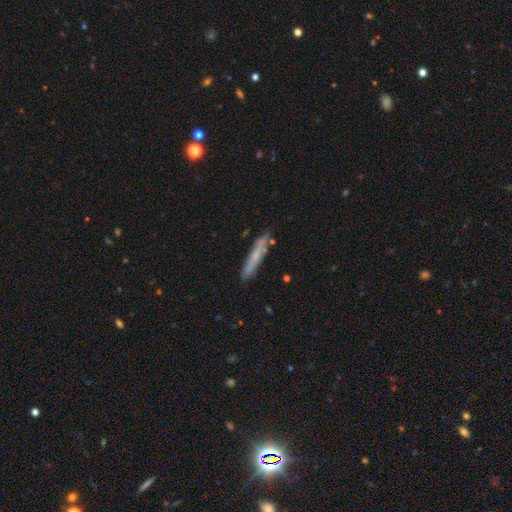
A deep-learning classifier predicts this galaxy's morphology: The model was most divided on "smooth or featured": smooth: 55%, featured or disk: 38%, star or artifact: 7%. More confident: how rounded — cigar-shaped (93%); merging — none (82%).